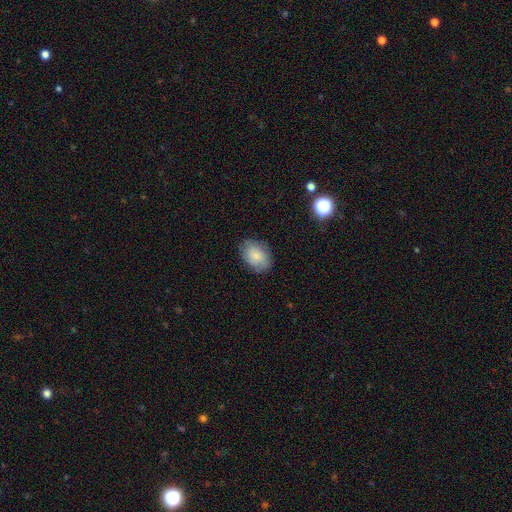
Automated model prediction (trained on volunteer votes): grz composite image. It shows a smooth galaxy with no disk features (81%) that is in between round and cigar-shaped (80%). Merging: none (81%).